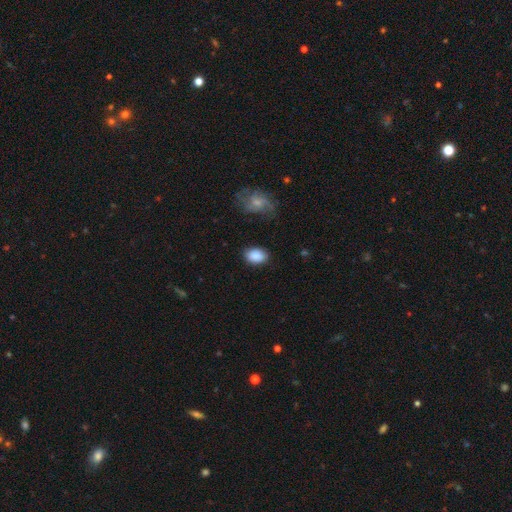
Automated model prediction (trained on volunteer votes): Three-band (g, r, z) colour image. It shows a smooth galaxy with no disk features (88%) that is in between round and cigar-shaped (82%). Merging: none (80%).